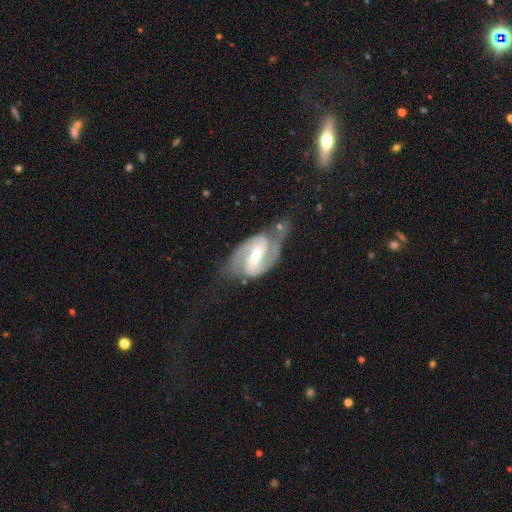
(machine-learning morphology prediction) Smooth or featured? Predicted: featured or disk (p=0.87). Edge-on disk? Predicted: no (p=0.97). Bar? Predicted: weak (p=0.40). Spiral arms? Predicted: yes (p=0.96). Spiral winding? Predicted: medium (p=0.51). Spiral arm count? Predicted: 2 (p=0.89). Bulge size? Predicted: moderate (p=0.49). Merging? Predicted: none (p=0.50).